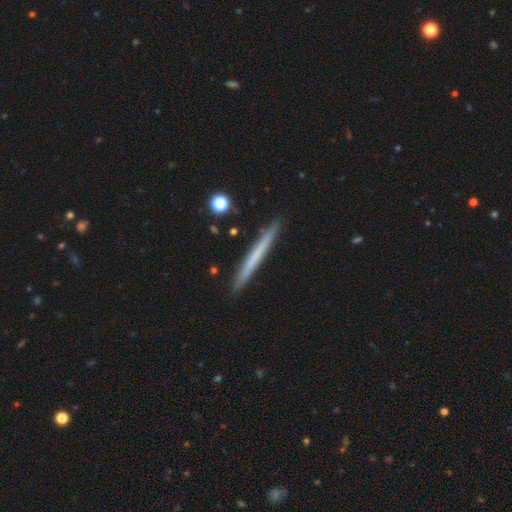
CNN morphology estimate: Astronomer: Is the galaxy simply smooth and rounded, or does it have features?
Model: smooth — 56% (runner-up: featured or disk, 39%).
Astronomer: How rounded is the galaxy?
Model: cigar-shaped — 97%.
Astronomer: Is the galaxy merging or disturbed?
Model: none — 91%.